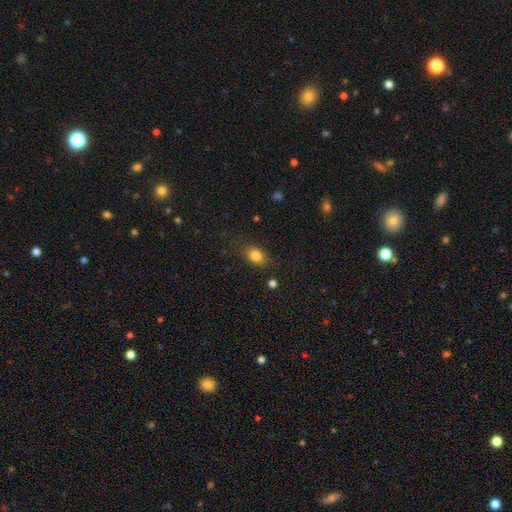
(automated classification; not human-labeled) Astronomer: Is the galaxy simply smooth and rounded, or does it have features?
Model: smooth — 82%.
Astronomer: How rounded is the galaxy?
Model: in between — 71%.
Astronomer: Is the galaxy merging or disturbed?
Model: none — 79%.